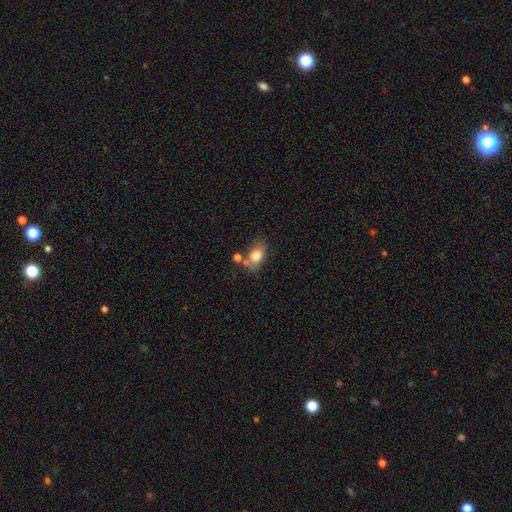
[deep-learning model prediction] A smooth galaxy with no disk features (77%) that is in between round and cigar-shaped (76%). Merging: none (58%).